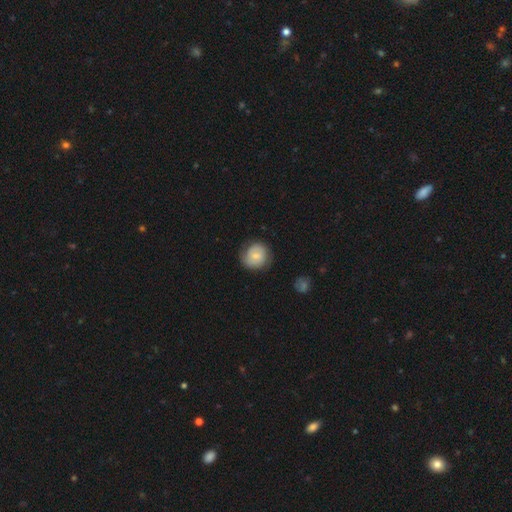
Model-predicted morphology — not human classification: smooth 60%, featured or disk 33%, star or artifact 7%. Down the decision tree: how rounded — round (83%); merging — none (75%).